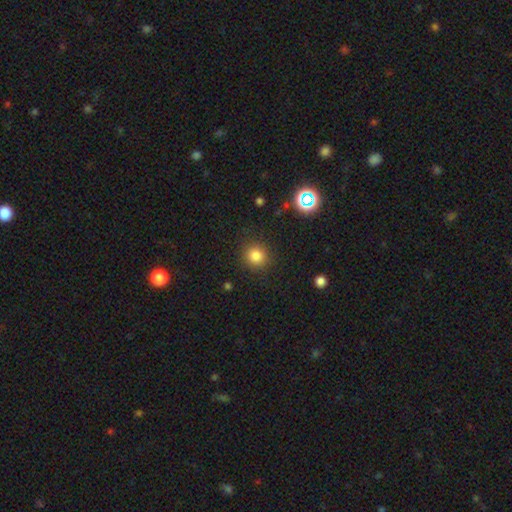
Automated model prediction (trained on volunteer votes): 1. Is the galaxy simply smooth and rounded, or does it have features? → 82% smooth, 13% star or artifact, 5% featured or disk.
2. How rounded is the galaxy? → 88% round, 11% in between, 1% cigar-shaped.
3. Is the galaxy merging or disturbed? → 88% none, 7% minor disturbance, 3% major disturbance, 1% merger.